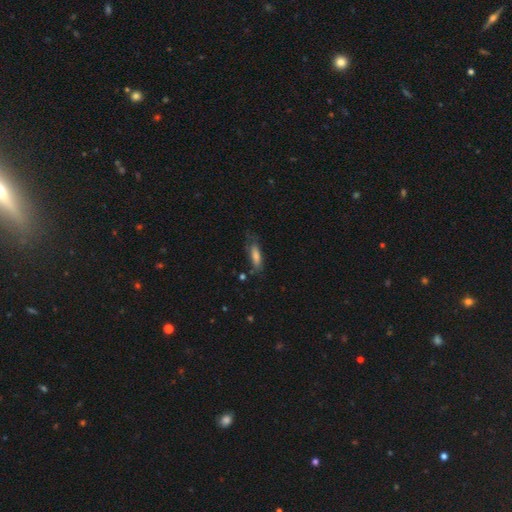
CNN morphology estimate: smooth 69%, featured or disk 22%, star or artifact 8%. Down the decision tree: how rounded — cigar-shaped (56%); merging — none (60%).